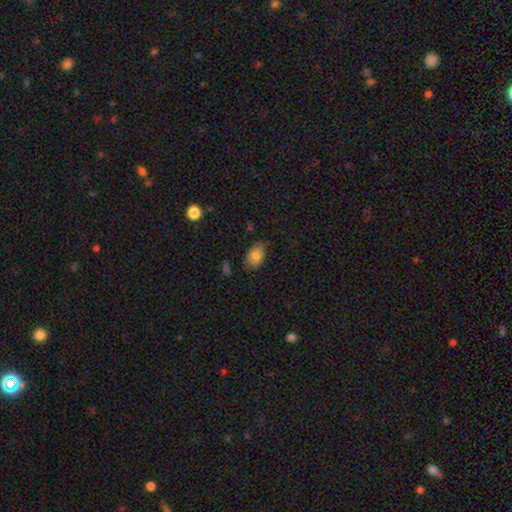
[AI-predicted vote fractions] smooth_or_featured: smooth (p=0.82) [alt: featured or disk p=0.10]
how_rounded: in between (p=0.88) [alt: round p=0.11]
merging: none (p=0.78) [alt: minor disturbance p=0.17]